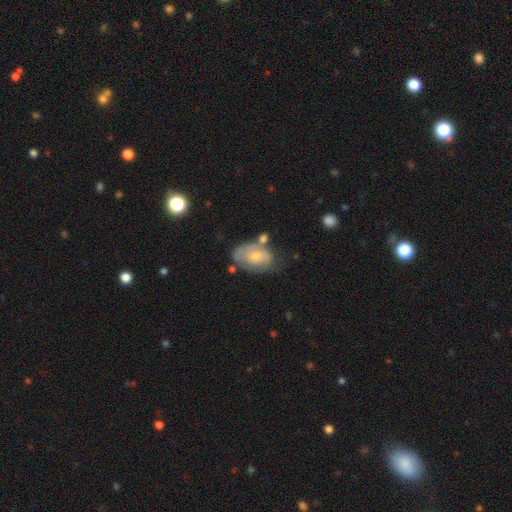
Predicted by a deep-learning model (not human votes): Morphology: type=smooth (50%); roundness=in between (86%); merging=none (45%).